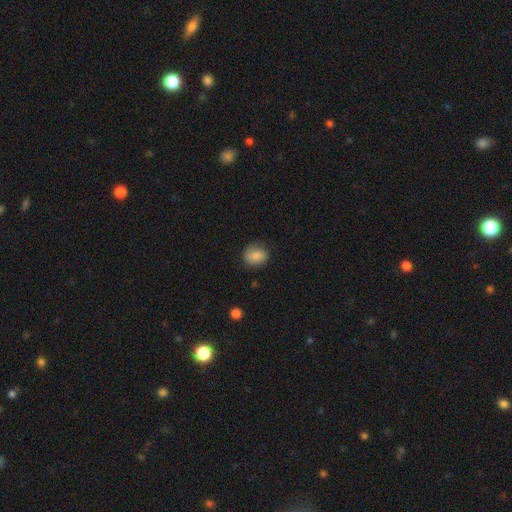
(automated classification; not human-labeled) Smooth or featured? smooth (85%)
How rounded? round (64%)
Merging? none (80%)